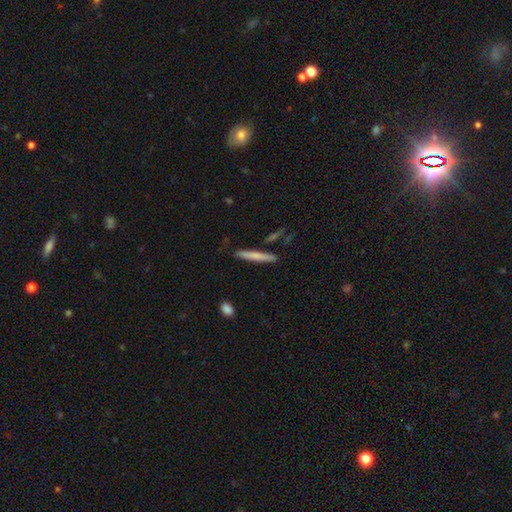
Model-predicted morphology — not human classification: type=smooth (66%); roundness=cigar-shaped (95%); merging=none (86%).